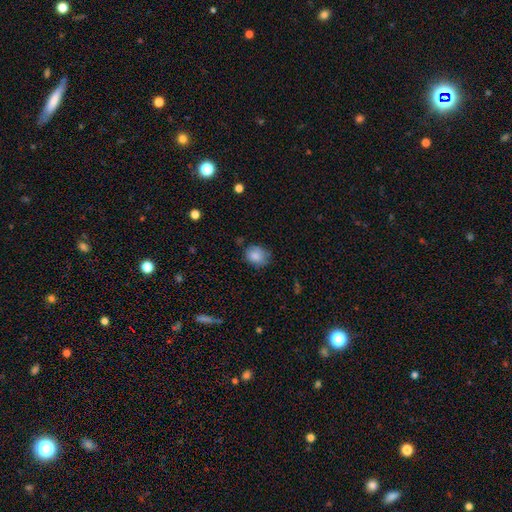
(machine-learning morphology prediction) smooth 83%, featured or disk 9%, star or artifact 8%. Down the decision tree: how rounded — in between (50%); merging — none (65%).